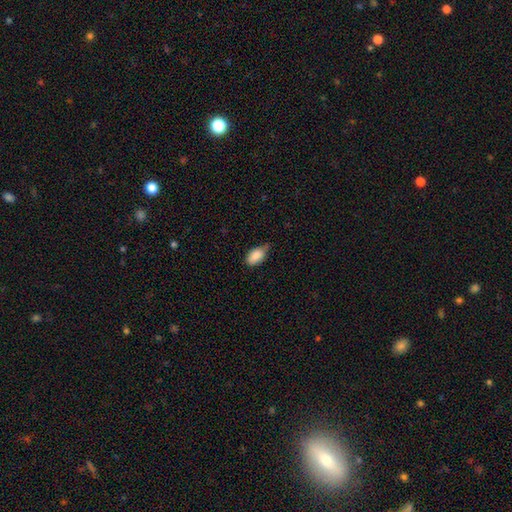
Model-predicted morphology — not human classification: A smooth galaxy with no disk features (86%) that is in between round and cigar-shaped (91%).

Vote fractions:
- Smooth or featured? smooth: 86% / star or artifact: 7% / featured or disk: 6%
- How rounded? in between: 91% / round: 6% / cigar-shaped: 2%
- Merging? minor disturbance: 49% / none: 40% / major disturbance: 9% / merger: 2%